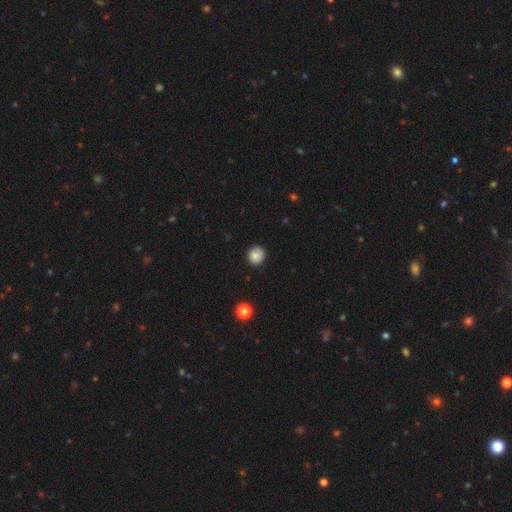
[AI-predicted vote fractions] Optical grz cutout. It shows a smooth galaxy with no disk features (85%) that is round (90%). Merging: none (86%).